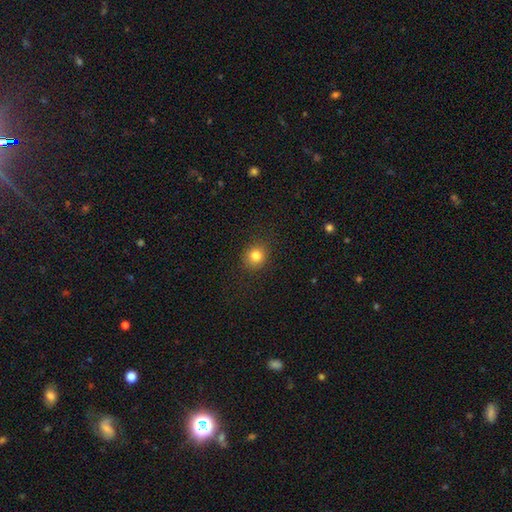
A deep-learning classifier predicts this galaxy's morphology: This is clearly a smooth galaxy (82%). How rounded: clearly round (84%). Merging: clearly none (89%).